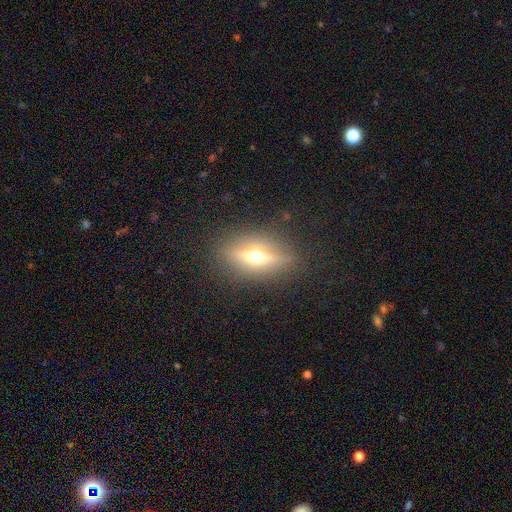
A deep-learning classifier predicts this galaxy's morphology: Smooth or featured: featured or disk — 62% (smooth — 28%)
Edge-on disk: yes — 84% (no — 16%)
Edge-on bulge: rounded — 95% (boxy — 3%)
Merging: none — 86% (minor disturbance — 9%)